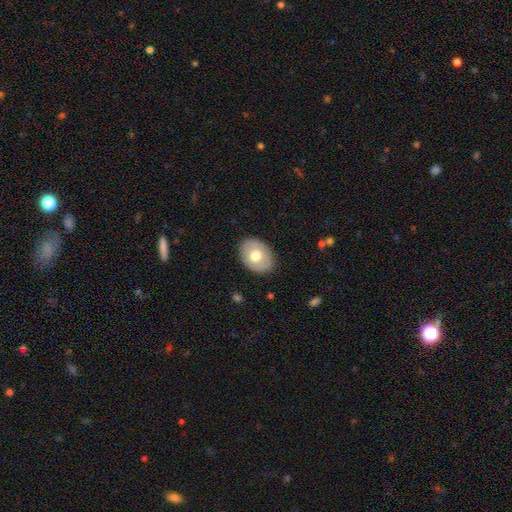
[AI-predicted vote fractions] smooth_or_featured: smooth (p=0.65) [alt: featured or disk p=0.29]
how_rounded: in between (p=0.69) [alt: round p=0.30]
merging: none (p=0.85) [alt: minor disturbance p=0.11]